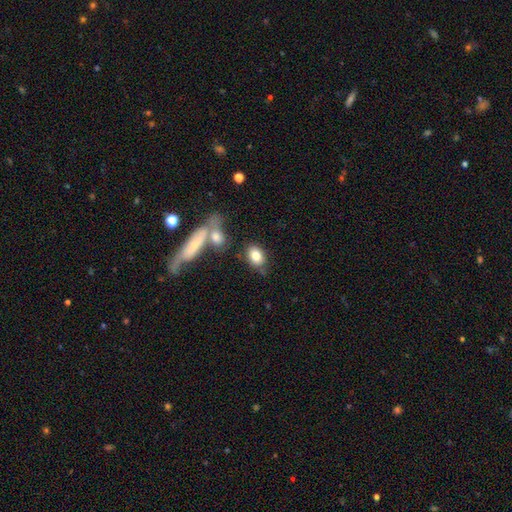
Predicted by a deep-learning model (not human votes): Morphology: type=smooth (80%); roundness=in between (77%); merging=none (66%).